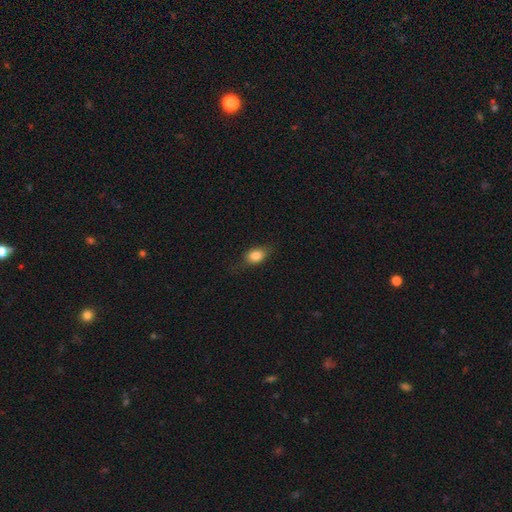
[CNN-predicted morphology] smooth_or_featured: smooth (p=0.81) [alt: featured or disk p=0.10]
how_rounded: in between (p=0.69) [alt: round p=0.28]
merging: none (p=0.72) [alt: minor disturbance p=0.21]